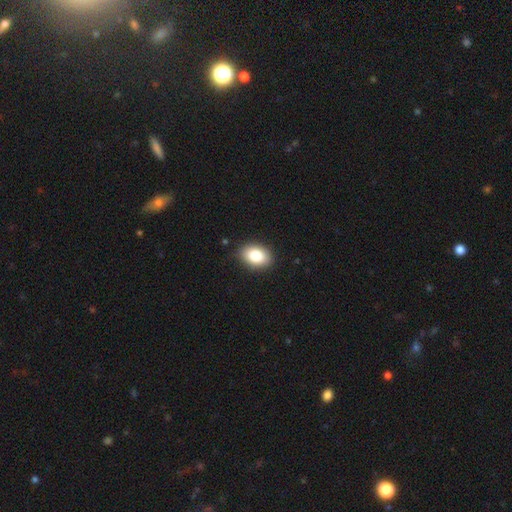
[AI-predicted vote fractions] Smooth or featured? Predicted: smooth (p=0.83). How rounded? Predicted: in between (p=0.82). Merging? Predicted: none (p=0.87).